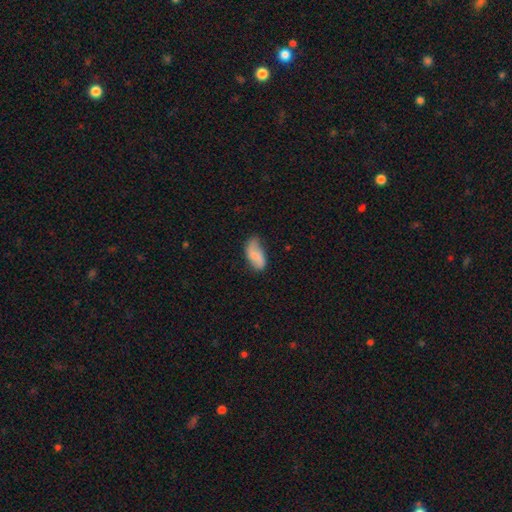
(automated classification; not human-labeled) A smooth galaxy with no disk features (60%) that is in between round and cigar-shaped (91%).

Vote fractions:
- Smooth or featured? smooth: 60% / featured or disk: 33% / star or artifact: 7%
- How rounded? in between: 91% / cigar-shaped: 6% / round: 3%
- Merging? none: 58% / minor disturbance: 31% / major disturbance: 8% / merger: 2%